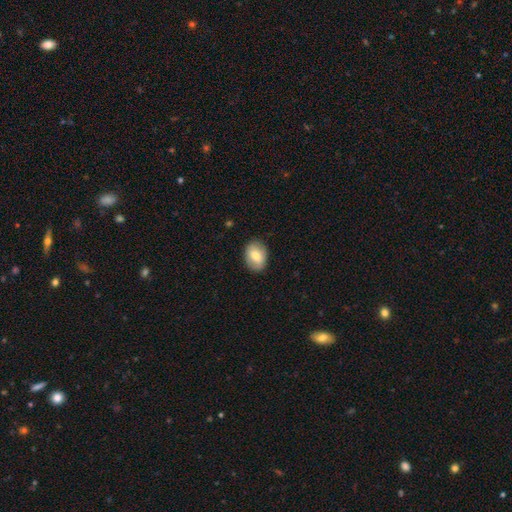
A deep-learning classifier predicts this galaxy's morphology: This is likely a smooth galaxy (71%). How rounded: likely in between (72%). Merging: clearly none (85%).